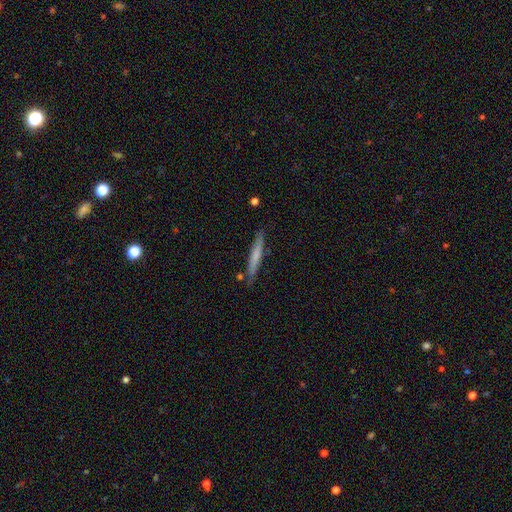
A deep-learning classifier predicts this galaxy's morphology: The model was most divided on "smooth or featured": smooth: 63%, featured or disk: 32%, star or artifact: 6%. More confident: how rounded — cigar-shaped (95%); merging — none (84%).